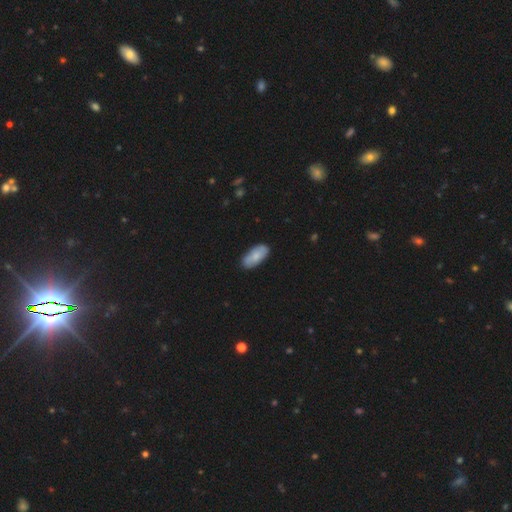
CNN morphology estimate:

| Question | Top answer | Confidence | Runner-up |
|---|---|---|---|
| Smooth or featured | smooth | 75% | featured or disk (19%) |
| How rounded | in between | 91% | cigar-shaped (7%) |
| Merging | none | 82% | minor disturbance (14%) |